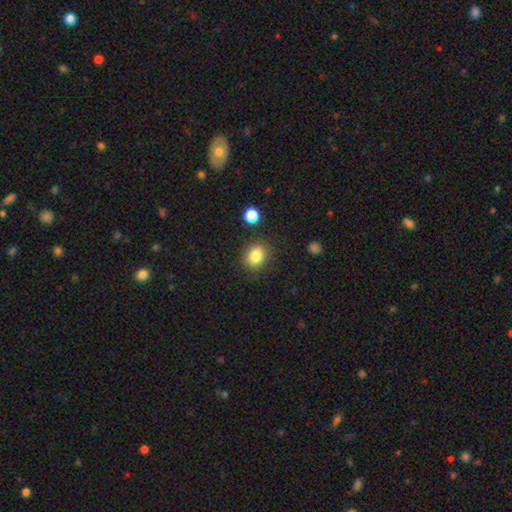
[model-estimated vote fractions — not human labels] Smooth or featured? smooth (84%)
How rounded? round (60%)
Merging? none (85%)